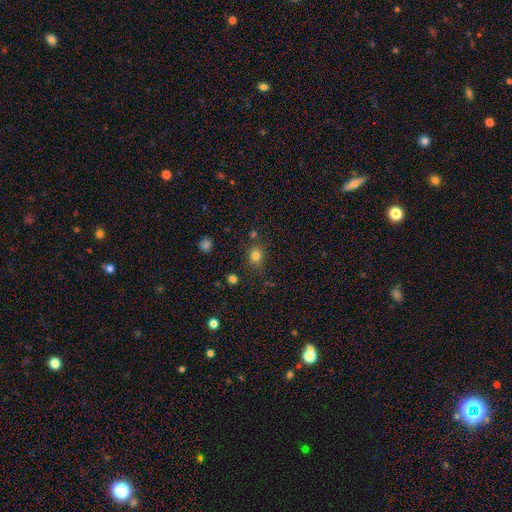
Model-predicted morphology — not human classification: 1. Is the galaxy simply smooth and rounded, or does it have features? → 80% smooth, 14% star or artifact, 6% featured or disk.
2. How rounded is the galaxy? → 70% round, 29% in between, 1% cigar-shaped.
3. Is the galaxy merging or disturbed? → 79% none, 12% minor disturbance, 5% merger, 4% major disturbance.